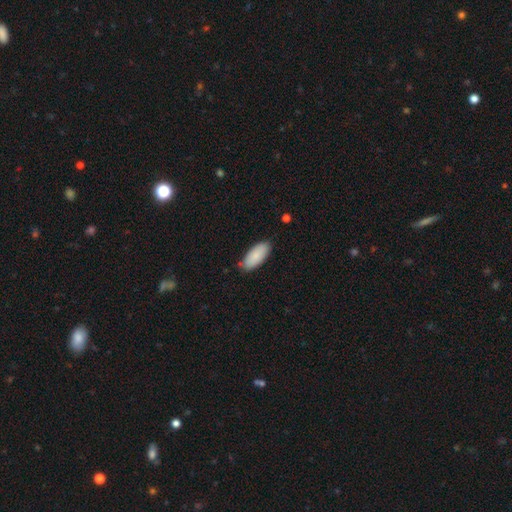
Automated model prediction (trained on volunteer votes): Overall: smooth (87%). How rounded: in between (87%). Merging: none (80%).